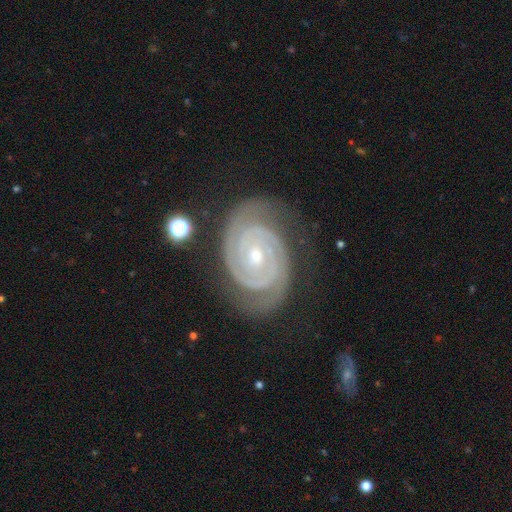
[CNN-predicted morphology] Q: Smooth or featured?
A: featured or disk (93%); runner-up: star or artifact (4%)
Q: Edge-on disk?
A: no (98%); runner-up: yes (2%)
Q: Bar?
A: no (65%); runner-up: weak (22%)
Q: Spiral arms?
A: yes (99%); runner-up: no (1%)
Q: Spiral winding?
A: tight (86%); runner-up: medium (12%)
Q: Spiral arm count?
A: 2 (83%); runner-up: 3 (7%)
Q: Bulge size?
A: small (67%); runner-up: moderate (31%)
Q: Merging?
A: none (79%); runner-up: minor disturbance (15%)